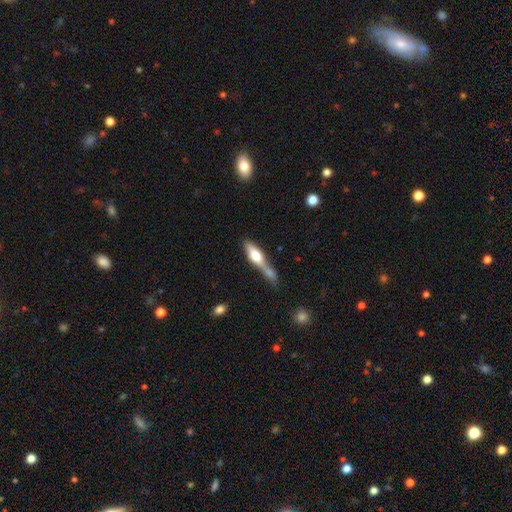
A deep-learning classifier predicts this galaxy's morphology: Smooth or featured? Predicted: smooth (p=0.52). How rounded? Predicted: cigar-shaped (p=0.57). Merging? Predicted: merger (p=0.46).